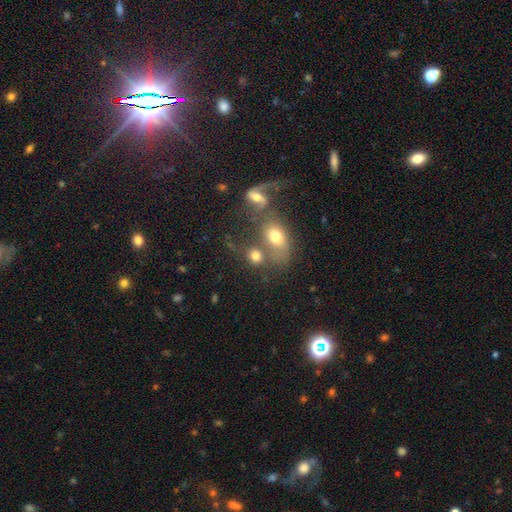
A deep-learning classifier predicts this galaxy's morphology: type=smooth (73%); roundness=round (56%); merging=merger (41%).